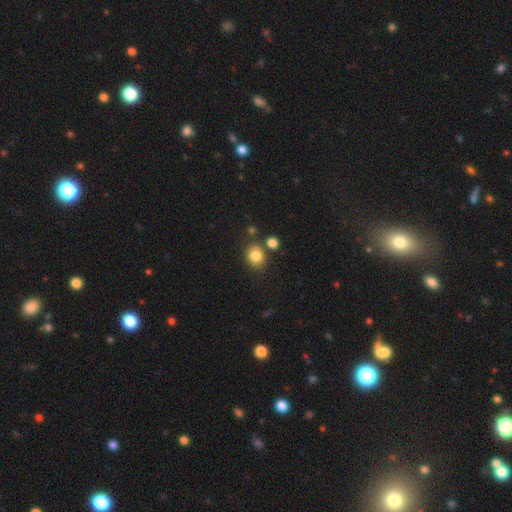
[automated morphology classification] Q: Smooth or featured?
A: smooth (83%); runner-up: star or artifact (11%)
Q: How rounded?
A: round (65%); runner-up: in between (35%)
Q: Merging?
A: none (71%); runner-up: merger (13%)